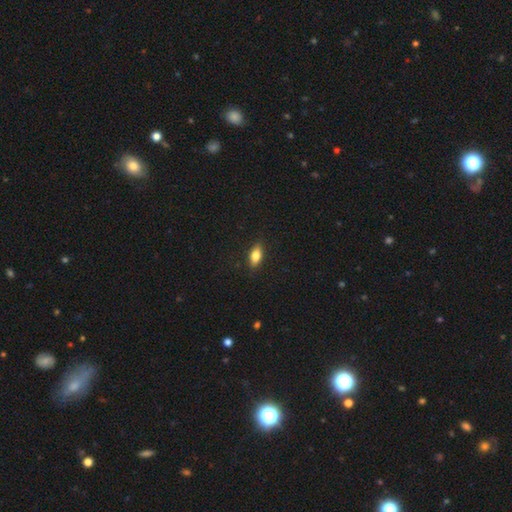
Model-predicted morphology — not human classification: This appears to be a smooth galaxy with no disk features (77%) that is in between round and cigar-shaped (83%). Merging: none (88%).